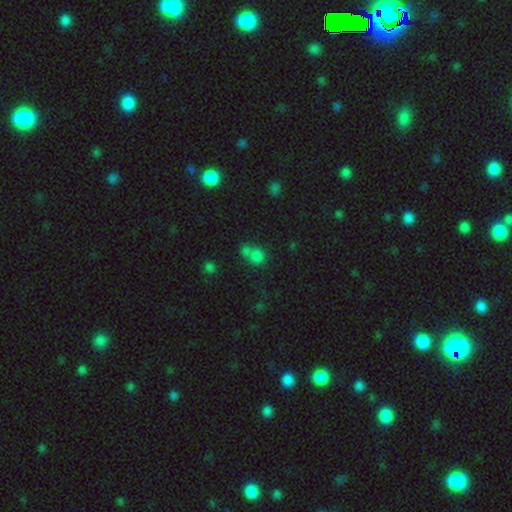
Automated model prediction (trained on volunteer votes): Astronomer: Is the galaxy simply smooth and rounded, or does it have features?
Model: smooth — 74%.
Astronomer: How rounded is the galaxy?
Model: round — 71%.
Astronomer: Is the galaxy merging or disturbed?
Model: merger — 52% (runner-up: none, 36%).